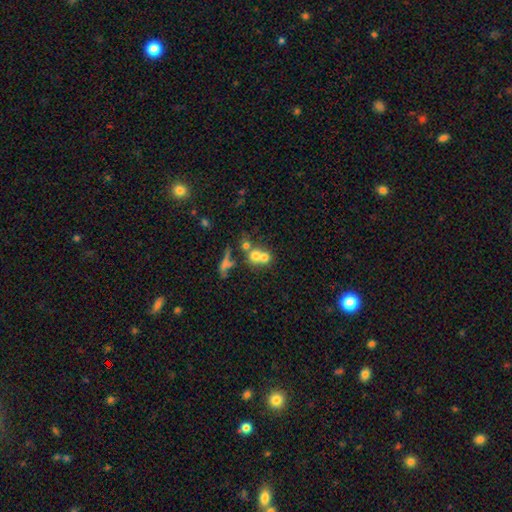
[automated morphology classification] Smooth or featured?
  - smooth: 61% *
  - featured or disk: 25%
  - star or artifact: 14%
How rounded?
  - round: 77% *
  - in between: 21%
  - cigar-shaped: 2%
Merging?
  - merger: 60% *
  - none: 28%
  - minor disturbance: 6%
  - major disturbance: 5%